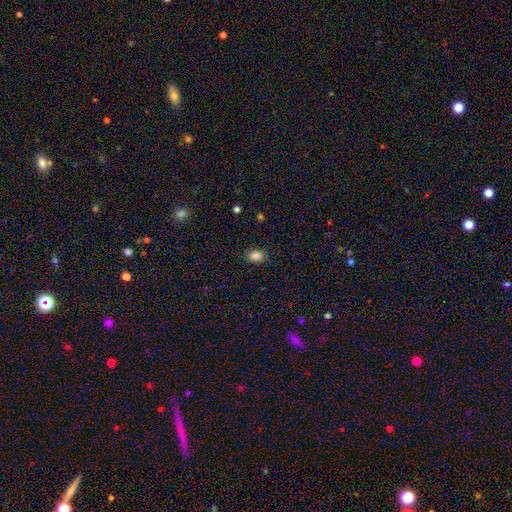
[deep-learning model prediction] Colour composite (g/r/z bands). It shows a smooth galaxy with no disk features (86%) that is in between round and cigar-shaped (85%). Merging: none (84%).